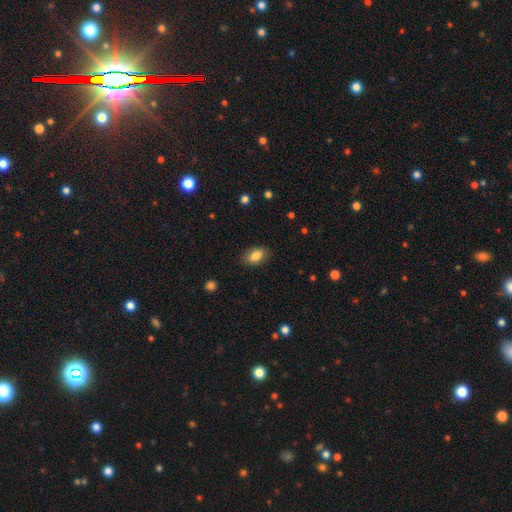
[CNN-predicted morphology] type=smooth (83%); roundness=in between (90%); merging=none (85%).